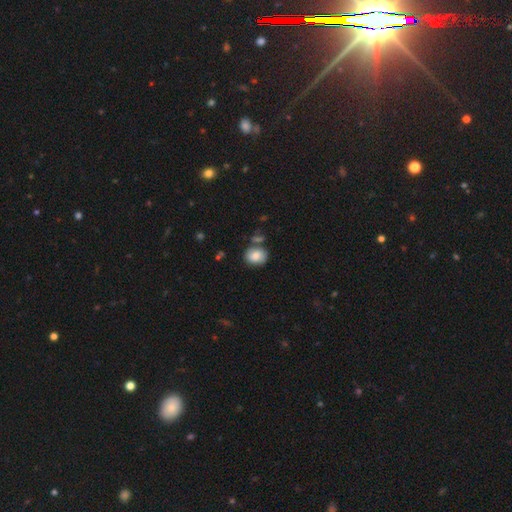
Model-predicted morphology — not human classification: This is likely a smooth galaxy (80%). How rounded: possibly round (57%). Merging: likely none (63%).